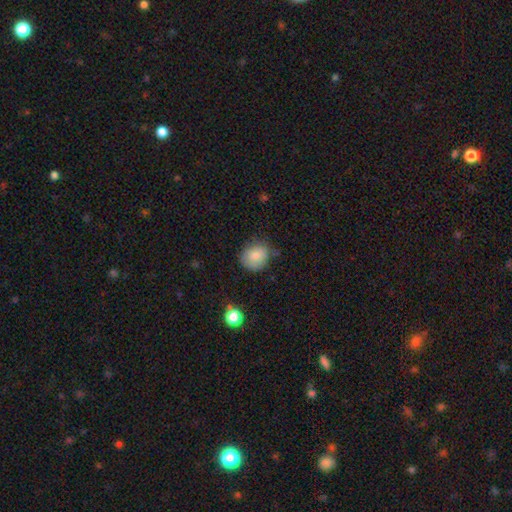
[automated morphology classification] smooth-or-featured: smooth: 81% | featured or disk: 10% | star or artifact: 9%
  how-rounded: round: 67% | in between: 32% | cigar-shaped: 1%
  merging: none: 67% | minor disturbance: 25% | major disturbance: 6% | merger: 3%